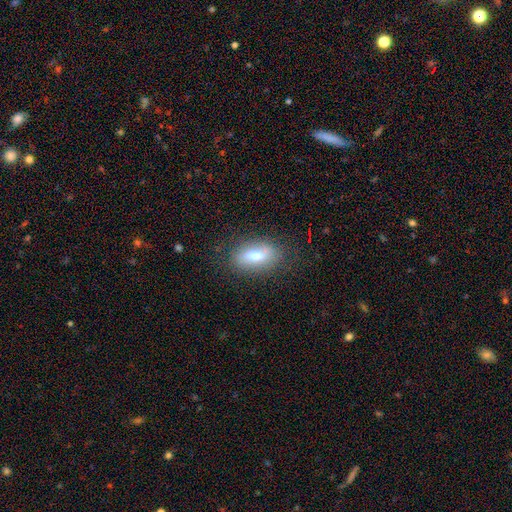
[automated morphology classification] smooth-or-featured: smooth: 63% | featured or disk: 28% | star or artifact: 9%
  how-rounded: in between: 83% | cigar-shaped: 10% | round: 7%
  merging: none: 80% | minor disturbance: 14% | major disturbance: 4% | merger: 2%